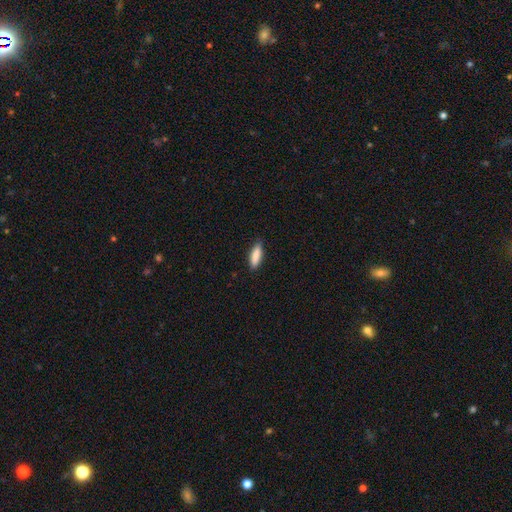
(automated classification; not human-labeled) The model was most divided on "how rounded": cigar-shaped: 54%, in between: 45%, round: 2%. More confident: merging — none (86%); smooth or featured — smooth (86%).